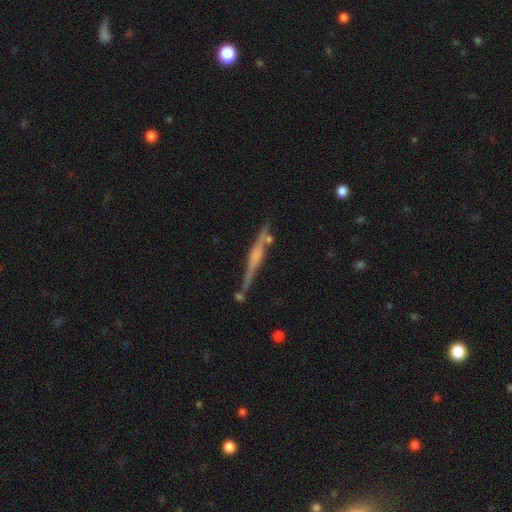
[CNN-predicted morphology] Smooth or featured? Predicted: featured or disk (p=0.73). Edge-on disk? Predicted: yes (p=0.98). Edge-on bulge? Predicted: rounded (p=0.52). Merging? Predicted: none (p=0.80).